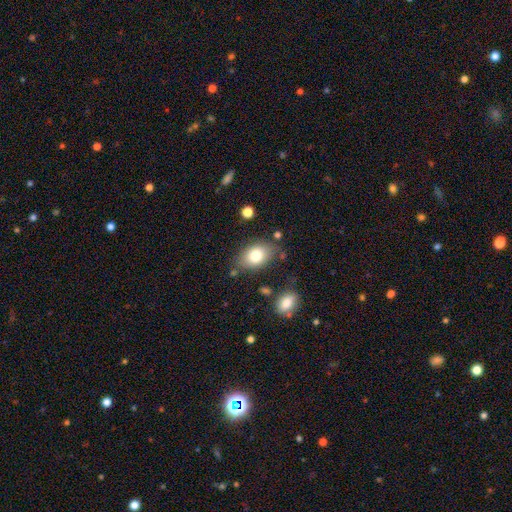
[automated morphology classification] Smooth or featured: smooth — 80% (featured or disk — 12%)
How rounded: in between — 83% (round — 15%)
Merging: none — 73% (minor disturbance — 17%)